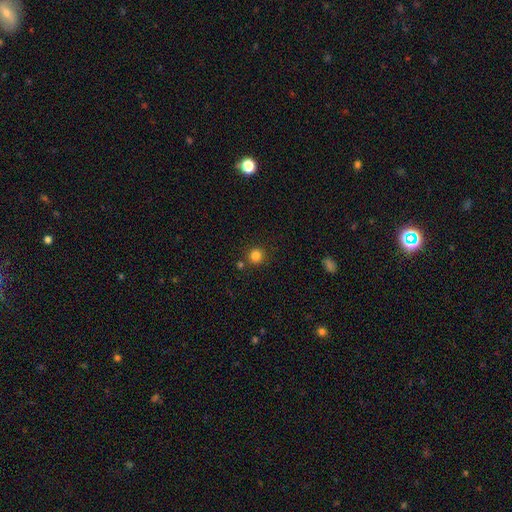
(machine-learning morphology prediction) Smooth or featured? smooth (82%)
How rounded? round (91%)
Merging? none (81%)